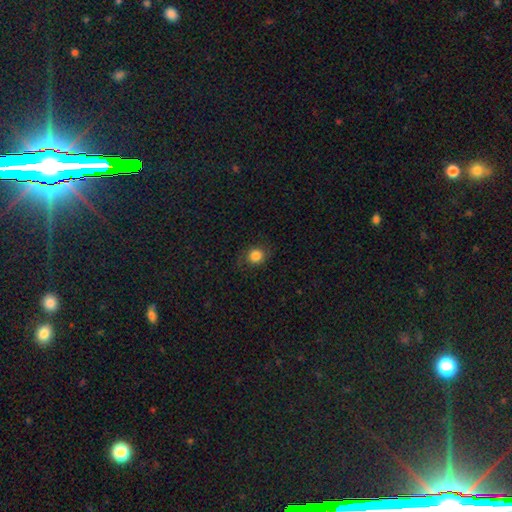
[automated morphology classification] Overall: smooth (79%). How rounded: round (82%). Merging: none (78%).